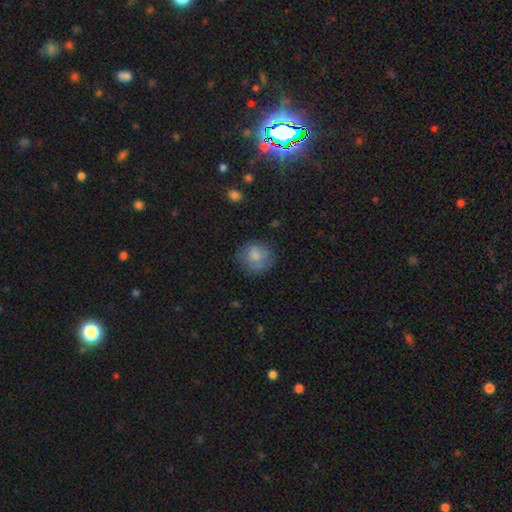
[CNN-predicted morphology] Smooth or featured?
  - smooth: 73% *
  - featured or disk: 19%
  - star or artifact: 8%
How rounded?
  - round: 82% *
  - in between: 17%
  - cigar-shaped: 1%
Merging?
  - none: 69% *
  - minor disturbance: 21%
  - major disturbance: 9%
  - merger: 2%